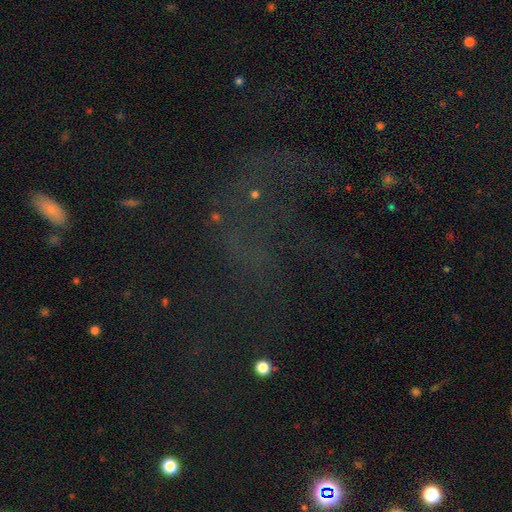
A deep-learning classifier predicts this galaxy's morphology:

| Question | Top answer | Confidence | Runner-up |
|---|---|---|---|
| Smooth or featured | star or artifact | 53% | featured or disk (25%) |